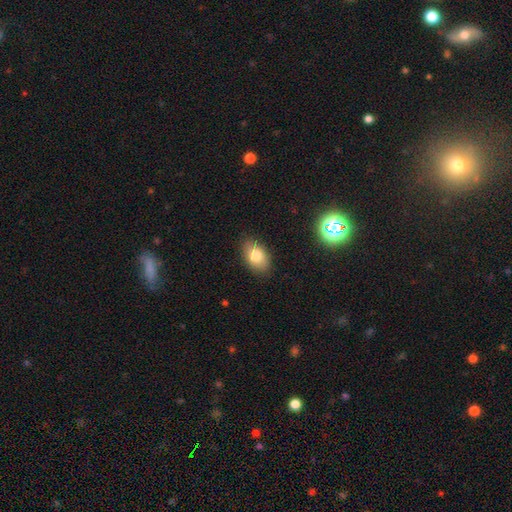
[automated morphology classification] type=smooth (80%); roundness=in between (88%); merging=none (84%).